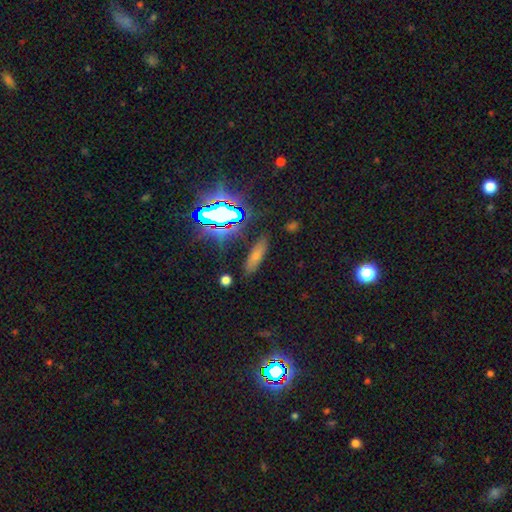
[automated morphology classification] A smooth galaxy with no disk features (64%) that is cigar-shaped (53%).

Vote fractions:
- Smooth or featured? smooth: 64% / star or artifact: 20% / featured or disk: 16%
- How rounded? cigar-shaped: 53% / in between: 43% / round: 4%
- Merging? none: 84% / minor disturbance: 11% / major disturbance: 3% / merger: 2%